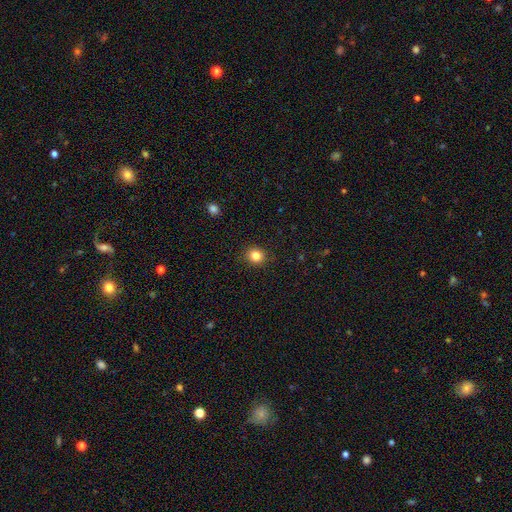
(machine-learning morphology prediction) The model was most divided on "how rounded": round: 83%, in between: 16%, cigar-shaped: 1%. More confident: merging — none (90%); smooth or featured — smooth (84%).